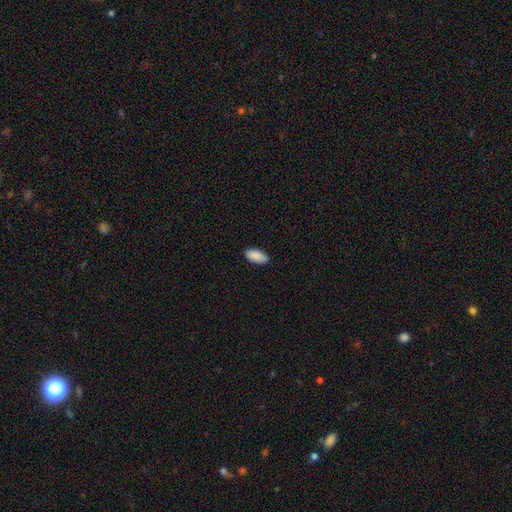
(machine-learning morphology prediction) This appears to be a smooth galaxy with no disk features (90%) that is in between round and cigar-shaped (93%). Merging: none (86%).